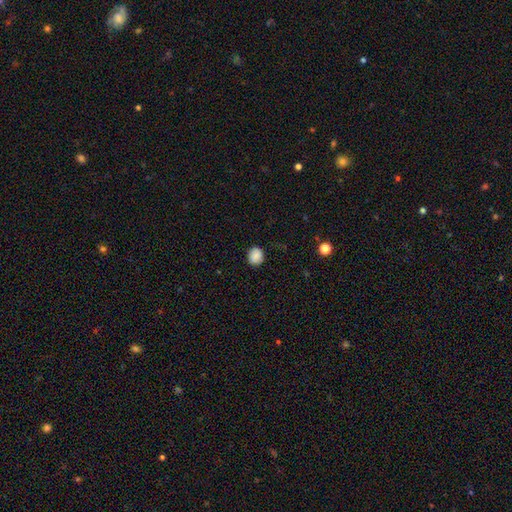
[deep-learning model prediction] smooth 87%, star or artifact 9%, featured or disk 4%. Down the decision tree: how rounded — round (69%); merging — none (85%).